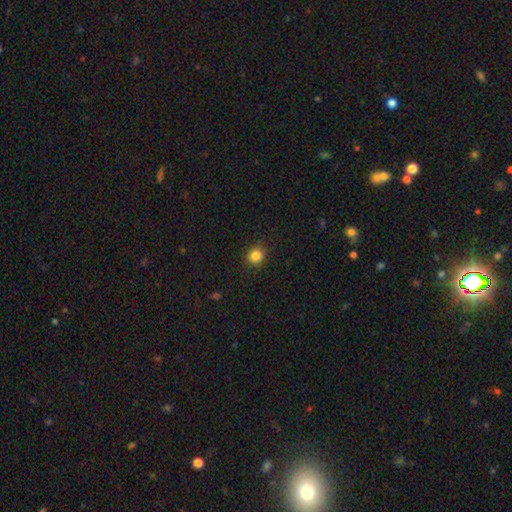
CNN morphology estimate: A smooth galaxy with no disk features (85%) that is round (78%). Merging: none (88%).